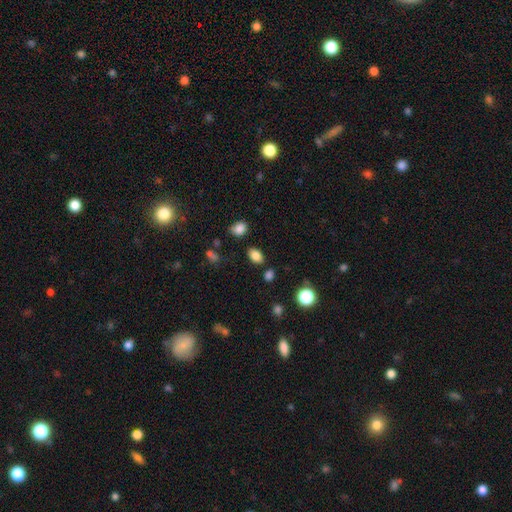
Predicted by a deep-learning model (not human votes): This is clearly a smooth galaxy (83%). How rounded: clearly in between (82%). Merging: clearly none (82%).